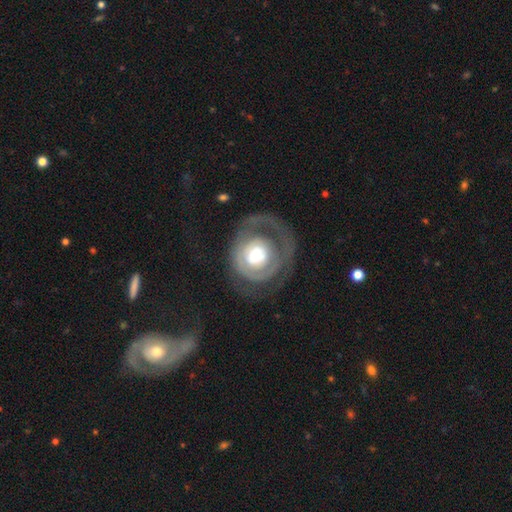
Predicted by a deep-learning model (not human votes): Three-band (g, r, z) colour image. It shows a featured or disk galaxy (66%) with no bar (82%), spiral arms (58%) and a moderate central bulge (52%). Merging: none (48%).